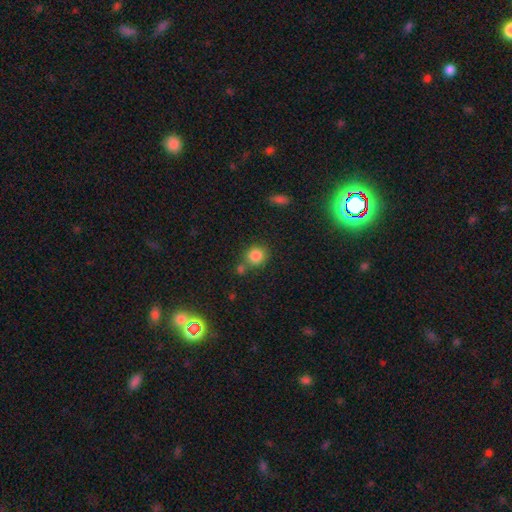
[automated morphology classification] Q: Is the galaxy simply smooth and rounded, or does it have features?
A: smooth — 84%.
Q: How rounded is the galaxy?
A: round — 86%.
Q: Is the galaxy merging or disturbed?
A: none — 68%.